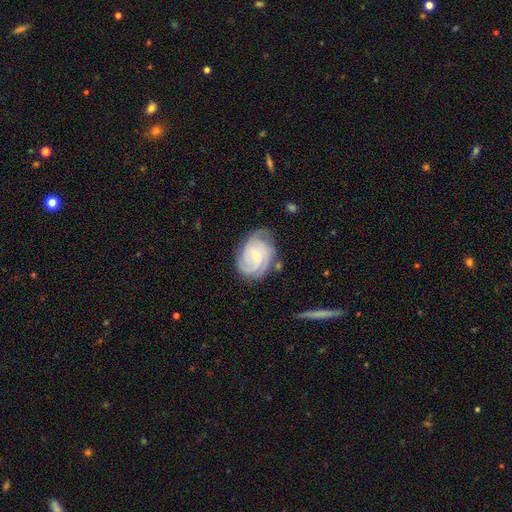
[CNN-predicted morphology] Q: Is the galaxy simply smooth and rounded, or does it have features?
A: featured or disk — 83%.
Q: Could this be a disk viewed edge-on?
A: no — 97%.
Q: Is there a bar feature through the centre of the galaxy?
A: no — 67%.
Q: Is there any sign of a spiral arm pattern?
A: yes — 96%.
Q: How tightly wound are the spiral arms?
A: tight — 66%.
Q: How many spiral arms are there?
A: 3 — 40%.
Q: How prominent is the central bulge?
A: small — 68%.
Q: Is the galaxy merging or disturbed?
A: none — 68%.